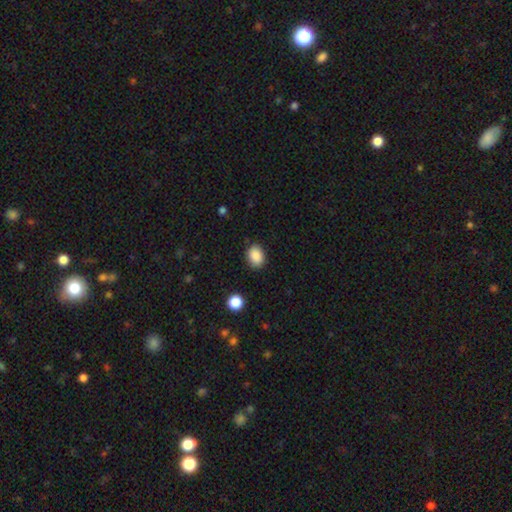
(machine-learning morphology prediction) Overall: smooth (88%). How rounded: in between (67%; round 32%). Merging: none (84%).